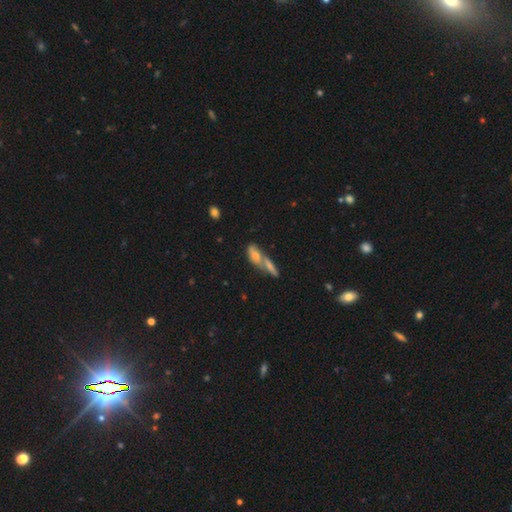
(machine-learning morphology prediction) Smooth or featured?
  - smooth: 53% *
  - featured or disk: 34%
  - star or artifact: 13%
How rounded?
  - in between: 52% *
  - cigar-shaped: 41%
  - round: 6%
Merging?
  - merger: 51% *
  - none: 32%
  - minor disturbance: 11%
  - major disturbance: 7%